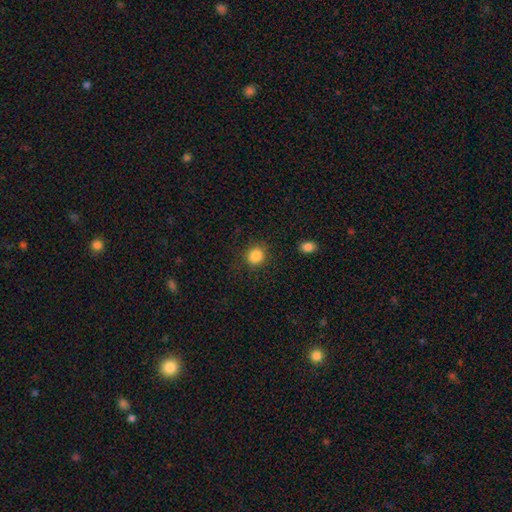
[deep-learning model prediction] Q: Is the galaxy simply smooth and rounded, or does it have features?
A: smooth — 85%.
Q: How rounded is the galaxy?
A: round — 81%.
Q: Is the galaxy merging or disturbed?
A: none — 83%.